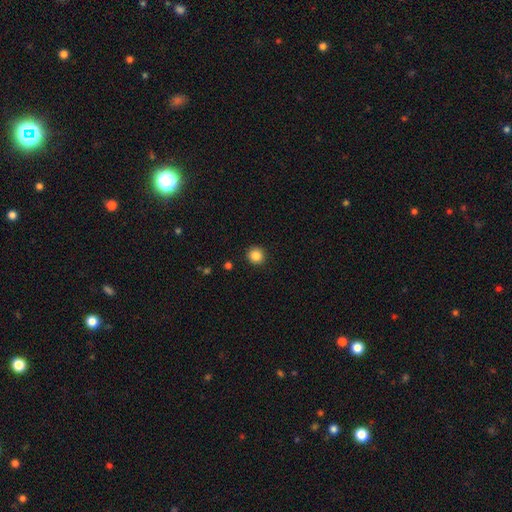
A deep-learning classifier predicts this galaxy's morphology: Smooth or featured?
  - smooth: 86% *
  - star or artifact: 10%
  - featured or disk: 4%
How rounded?
  - round: 95% *
  - in between: 4%
  - cigar-shaped: 1%
Merging?
  - none: 93% *
  - minor disturbance: 5%
  - major disturbance: 2%
  - merger: 1%